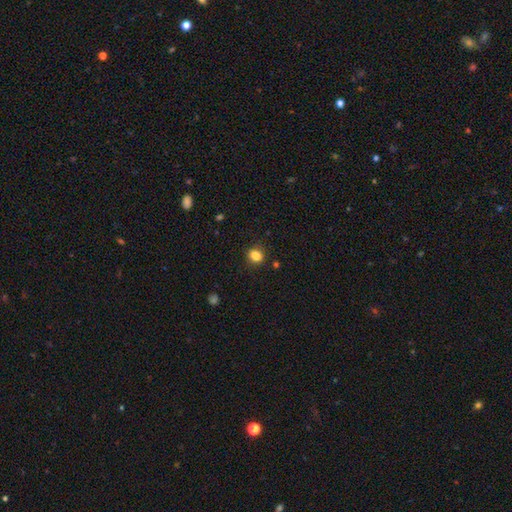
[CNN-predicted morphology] Smooth or featured?
  - smooth: 84% *
  - star or artifact: 11%
  - featured or disk: 5%
How rounded?
  - round: 67% *
  - in between: 32%
  - cigar-shaped: 1%
Merging?
  - none: 87% *
  - minor disturbance: 9%
  - major disturbance: 2%
  - merger: 1%